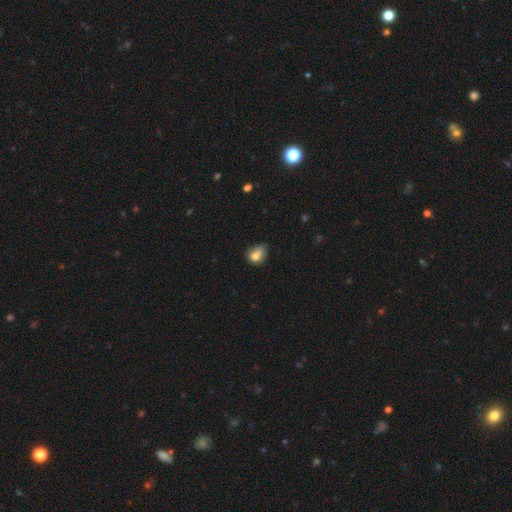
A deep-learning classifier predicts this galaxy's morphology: smooth_or_featured: smooth (p=0.79) [alt: featured or disk p=0.11]
how_rounded: round (p=0.50) [alt: in between p=0.48]
merging: minor disturbance (p=0.44) [alt: none p=0.41]